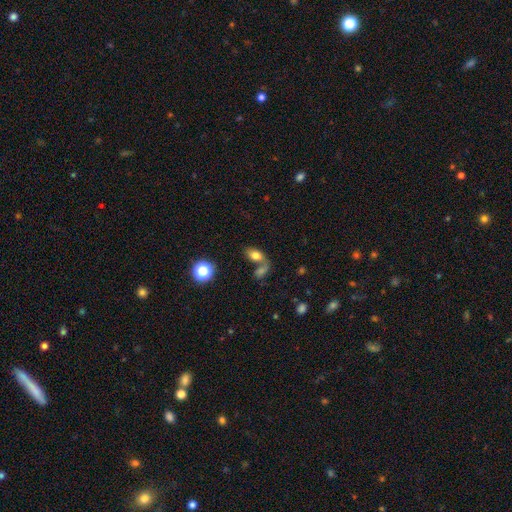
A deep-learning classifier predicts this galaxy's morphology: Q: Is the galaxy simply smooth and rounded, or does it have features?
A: smooth — 73%.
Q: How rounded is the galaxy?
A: in between — 84%.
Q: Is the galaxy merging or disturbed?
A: merger — 54%.